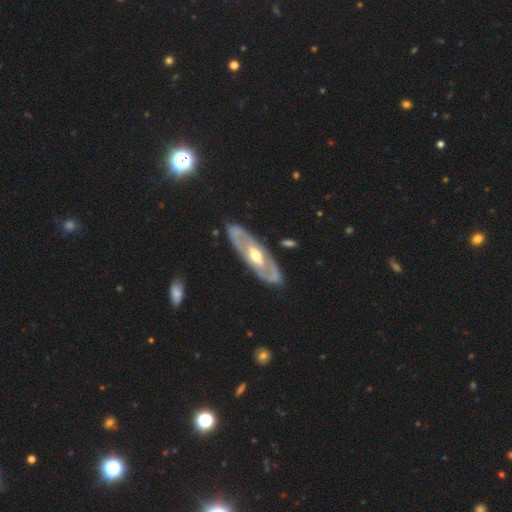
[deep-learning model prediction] Smooth or featured: featured or disk — 74% (smooth — 22%)
Edge-on disk: no — 82% (yes — 18%)
Bar: no — 59% (weak — 28%)
Spiral arms: no — 56% (yes — 44%)
Bulge size: moderate — 73% (small — 16%)
Merging: none — 83% (minor disturbance — 12%)